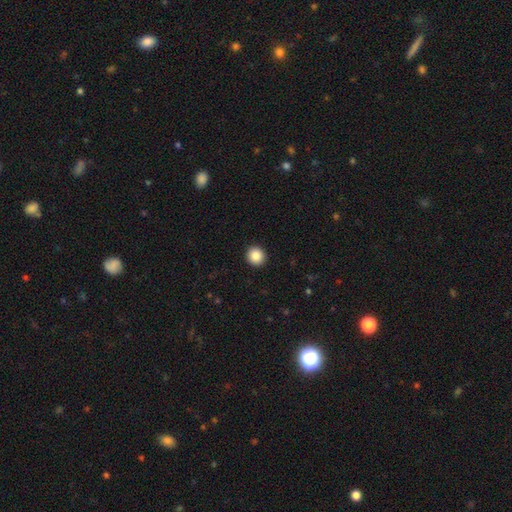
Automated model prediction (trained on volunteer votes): A smooth galaxy with no disk features (87%) that is round (93%). Merging: none (93%).